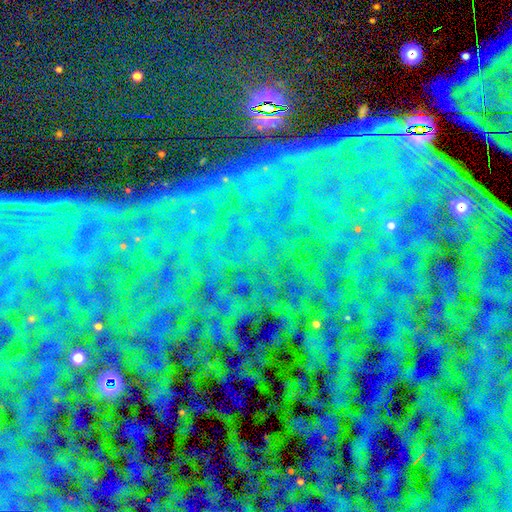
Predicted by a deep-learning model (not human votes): Smooth or featured: star or artifact — 86% (featured or disk — 7%)